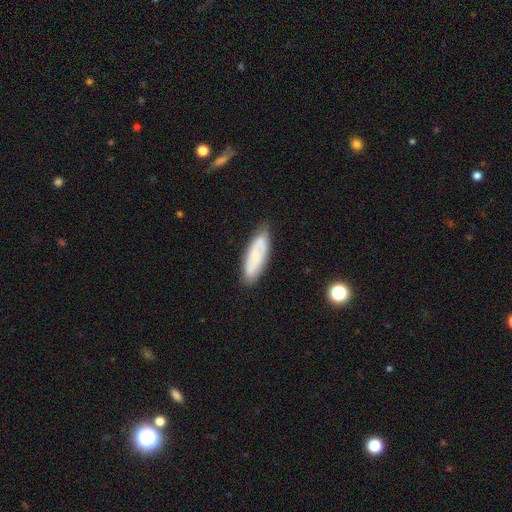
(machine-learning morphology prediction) Smooth or featured?
  - smooth: 58% *
  - featured or disk: 35%
  - star or artifact: 8%
How rounded?
  - in between: 58% *
  - cigar-shaped: 40%
  - round: 2%
Merging?
  - none: 76% *
  - minor disturbance: 17%
  - major disturbance: 4%
  - merger: 2%